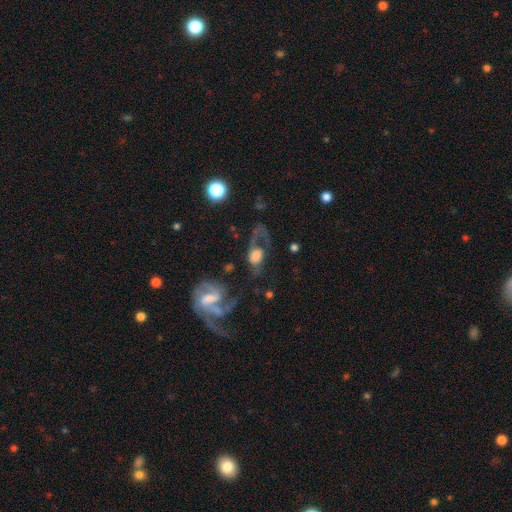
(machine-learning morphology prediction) smooth-or-featured: featured or disk: 53% | smooth: 37% | star or artifact: 10%
  disk-edge-on: no: 92% | yes: 8%
  merging: major disturbance: 45% | none: 29% | minor disturbance: 17% | merger: 9%